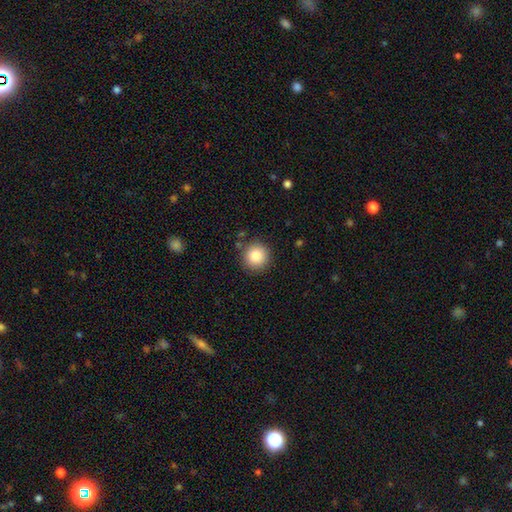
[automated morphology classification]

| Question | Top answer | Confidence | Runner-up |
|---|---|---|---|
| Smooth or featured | smooth | 86% | star or artifact (9%) |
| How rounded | round | 94% | in between (5%) |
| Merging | none | 88% | minor disturbance (8%) |